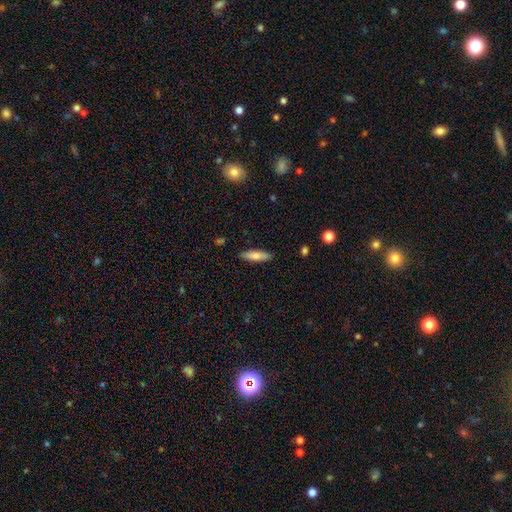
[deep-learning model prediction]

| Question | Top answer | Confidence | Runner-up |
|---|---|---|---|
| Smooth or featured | smooth | 77% | featured or disk (17%) |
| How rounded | cigar-shaped | 61% | in between (37%) |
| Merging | none | 88% | minor disturbance (9%) |